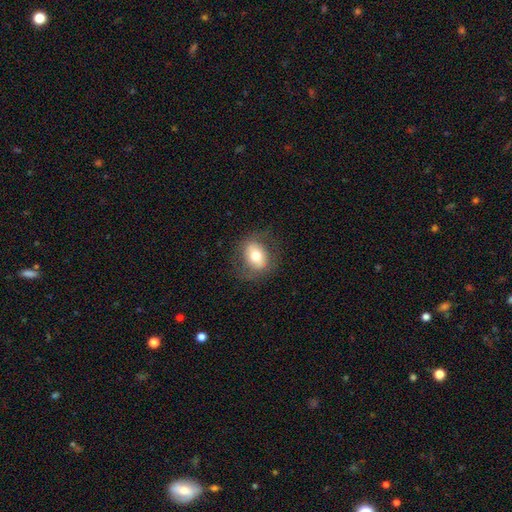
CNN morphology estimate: type=smooth (64%); roundness=in between (57%); merging=none (76%).